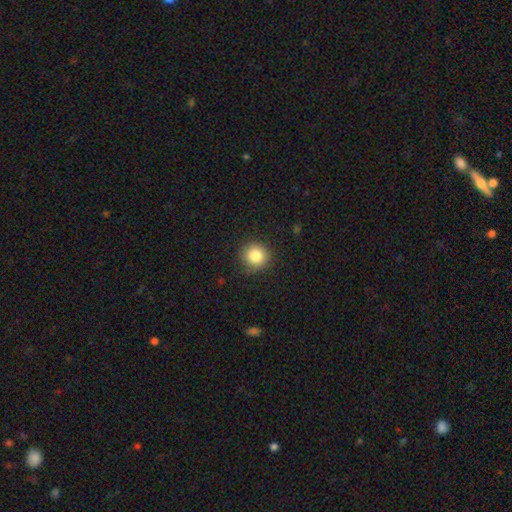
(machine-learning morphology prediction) smooth 84%, star or artifact 10%, featured or disk 6%. Down the decision tree: how rounded — round (93%); merging — none (88%).